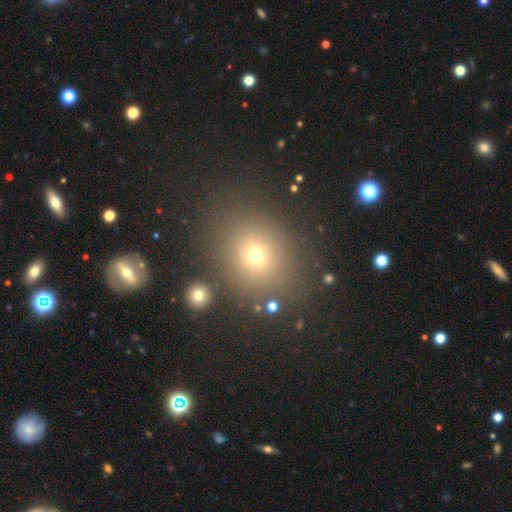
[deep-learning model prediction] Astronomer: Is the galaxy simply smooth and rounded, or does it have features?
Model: smooth — 66%.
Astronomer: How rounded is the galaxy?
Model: round — 65%.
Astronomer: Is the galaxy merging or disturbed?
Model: none — 84%.